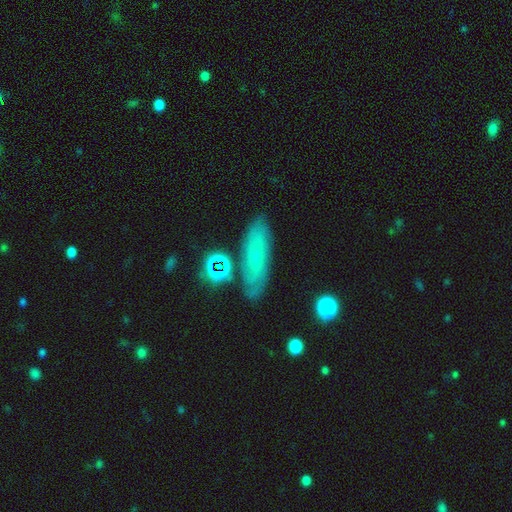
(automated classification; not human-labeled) Overall: smooth (49%; featured or disk 37%). Merging: none (78%).